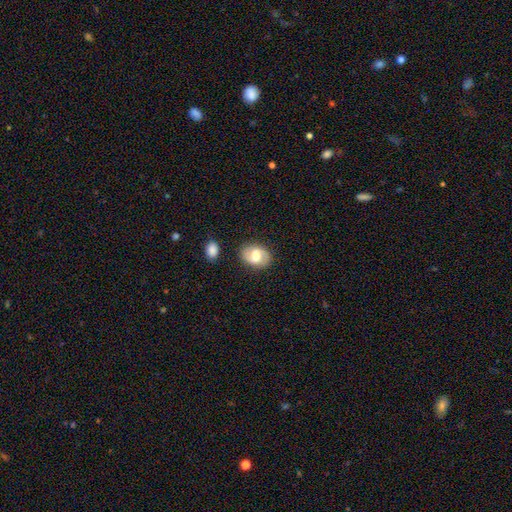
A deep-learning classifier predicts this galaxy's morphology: This is possibly a smooth galaxy (52%). How rounded: likely in between (74%). Merging: likely none (79%).